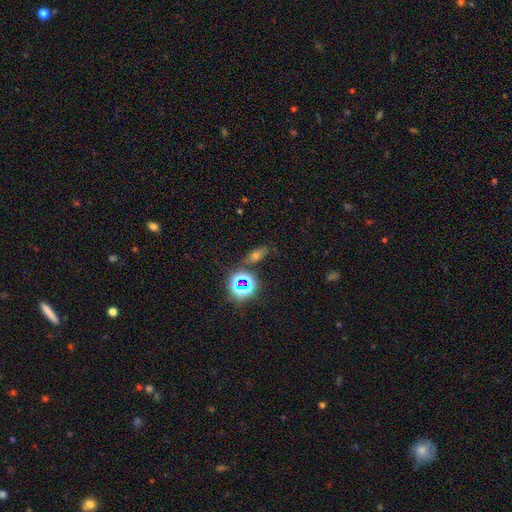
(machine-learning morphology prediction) smooth-or-featured: star or artifact: 42% | smooth: 40% | featured or disk: 17%